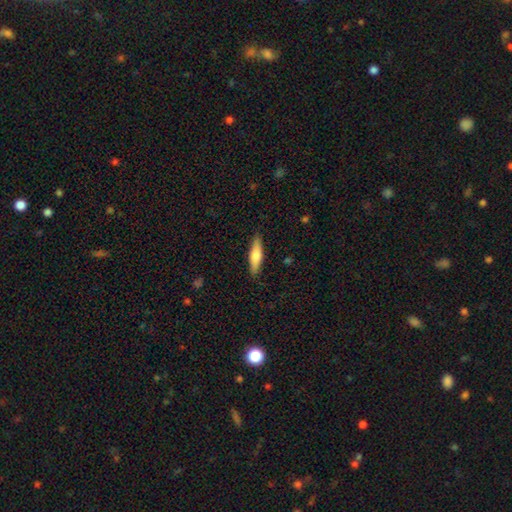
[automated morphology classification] smooth-or-featured: smooth: 66% | featured or disk: 28% | star or artifact: 6%
  how-rounded: cigar-shaped: 66% | in between: 32% | round: 2%
  merging: none: 88% | minor disturbance: 9% | major disturbance: 2% | merger: 1%